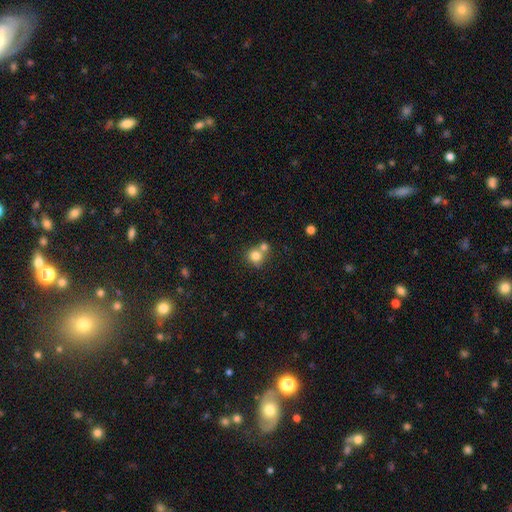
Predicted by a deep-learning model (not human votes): A smooth galaxy with no disk features (79%) that is round (86%).

Vote fractions:
- Smooth or featured? smooth: 79% / star or artifact: 11% / featured or disk: 10%
- How rounded? round: 86% / in between: 13% / cigar-shaped: 1%
- Merging? none: 47% / merger: 41% / minor disturbance: 8% / major disturbance: 3%